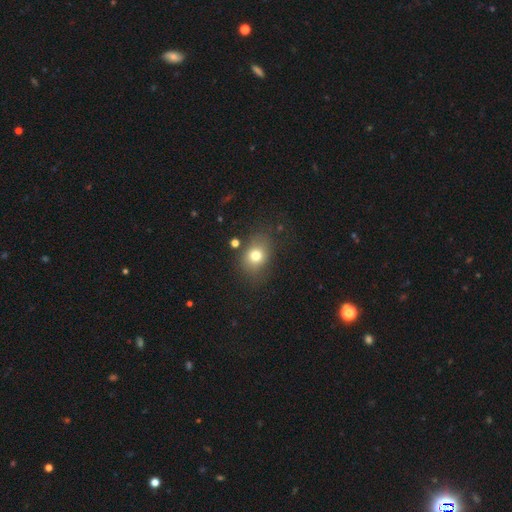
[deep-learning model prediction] Overall: smooth (75%). How rounded: in between (55%; round 44%). Merging: none (75%).